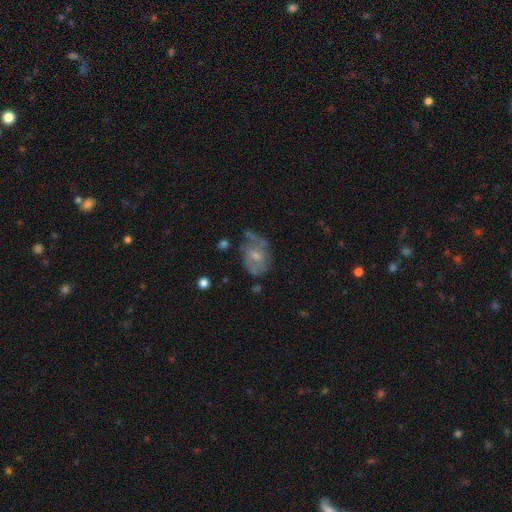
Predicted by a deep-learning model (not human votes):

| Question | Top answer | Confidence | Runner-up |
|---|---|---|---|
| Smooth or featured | featured or disk | 52% | smooth (38%) |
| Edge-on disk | no | 96% | yes (4%) |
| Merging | none | 41% | minor disturbance (30%) |